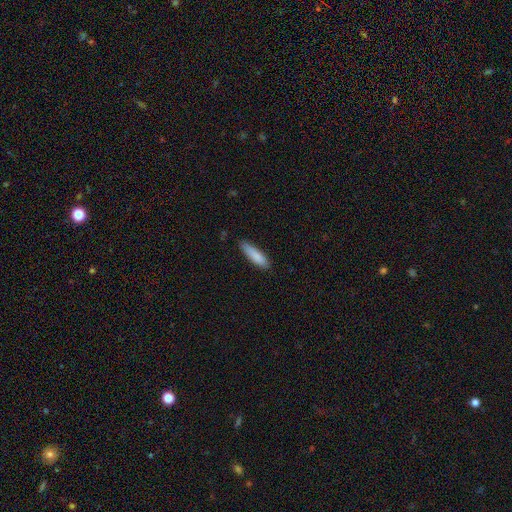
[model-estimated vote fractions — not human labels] The model was most divided on "how rounded": cigar-shaped: 65%, in between: 34%, round: 1%. More confident: smooth or featured — smooth (86%); merging — none (82%).